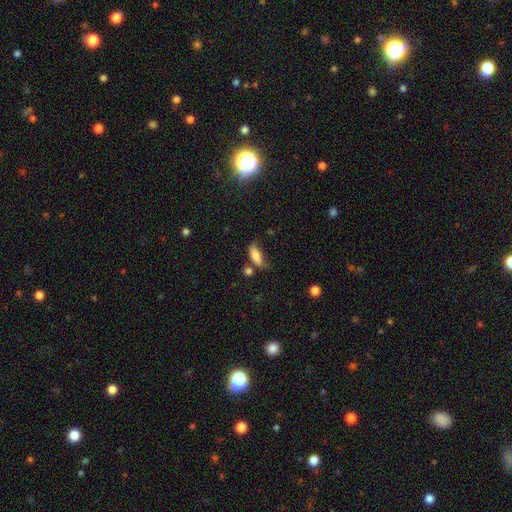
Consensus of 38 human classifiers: smooth_or_featured: smooth (p=0.87) [alt: star or artifact p=0.08]
how_rounded: in between (p=0.73) [alt: cigar-shaped p=0.27]
merging: none (p=0.49) [alt: merger p=0.23]